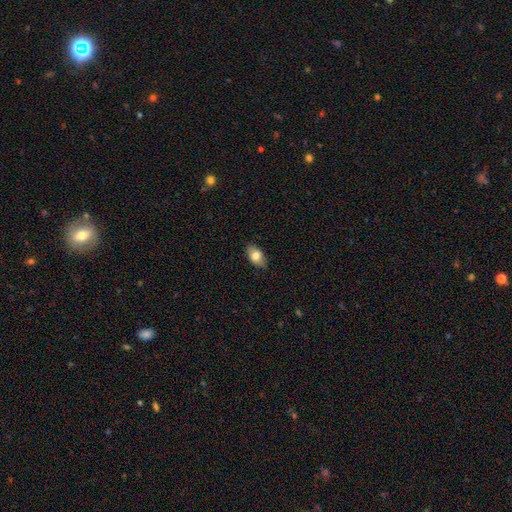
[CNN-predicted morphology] Smooth or featured? smooth (79%)
How rounded? in between (90%)
Merging? none (85%)